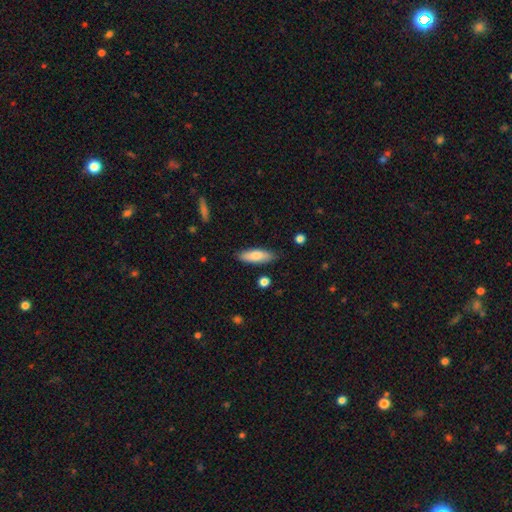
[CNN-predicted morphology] This appears to be a smooth galaxy with no disk features (77%) that is in between round and cigar-shaped (56%). Merging: none (84%).